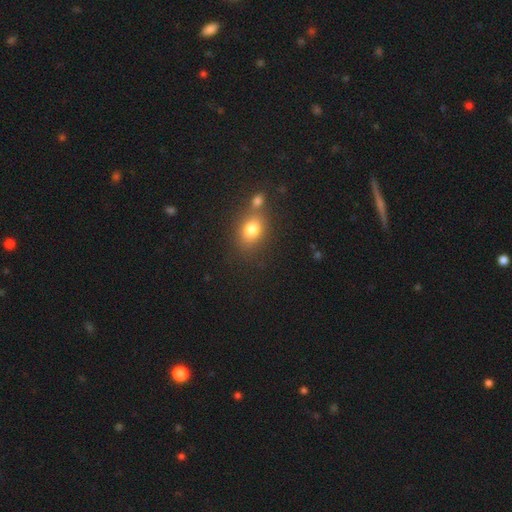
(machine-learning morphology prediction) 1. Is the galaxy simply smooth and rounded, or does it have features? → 62% smooth, 28% star or artifact, 10% featured or disk.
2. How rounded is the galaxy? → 60% round, 37% in between, 2% cigar-shaped.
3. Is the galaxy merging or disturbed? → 76% none, 11% merger, 10% minor disturbance, 3% major disturbance.